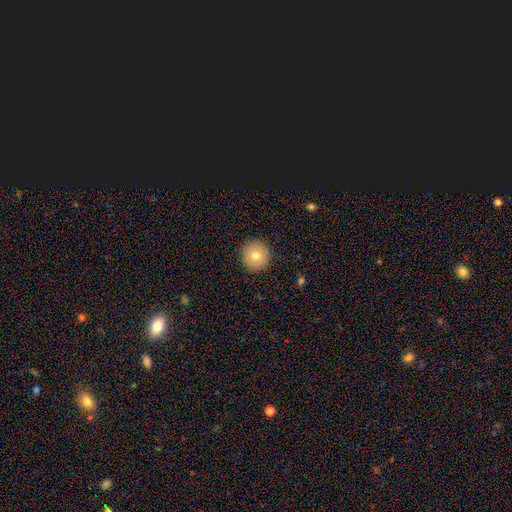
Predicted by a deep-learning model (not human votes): This is likely a smooth galaxy (75%). How rounded: clearly round (95%). Merging: clearly none (92%).